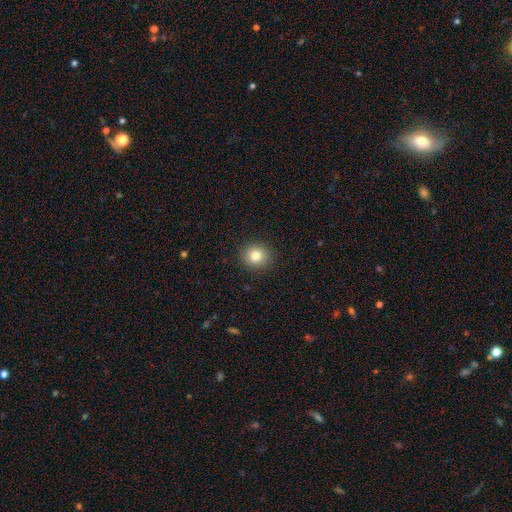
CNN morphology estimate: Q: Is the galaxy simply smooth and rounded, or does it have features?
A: smooth — 82%.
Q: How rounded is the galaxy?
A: round — 87%.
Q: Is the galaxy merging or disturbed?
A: none — 91%.